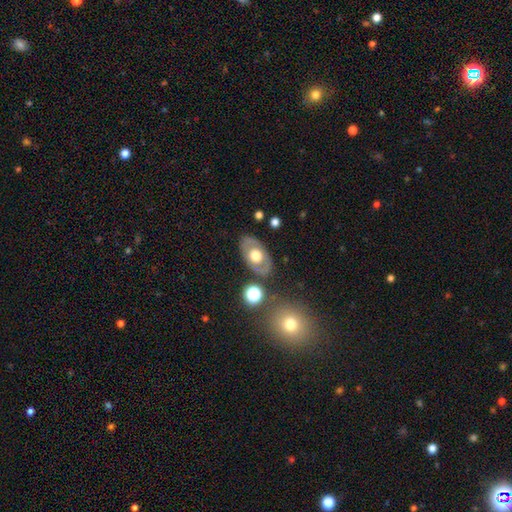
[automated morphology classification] Smooth or featured? featured or disk (51%)
Edge-on disk? no (88%)
Merging? none (81%)